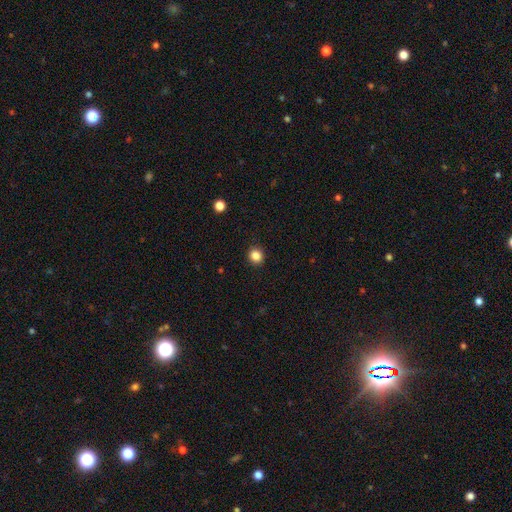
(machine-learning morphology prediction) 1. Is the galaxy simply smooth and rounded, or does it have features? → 85% smooth, 11% star or artifact, 4% featured or disk.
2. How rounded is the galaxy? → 84% round, 15% in between, 1% cigar-shaped.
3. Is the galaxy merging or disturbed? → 91% none, 6% minor disturbance, 2% major disturbance, 1% merger.